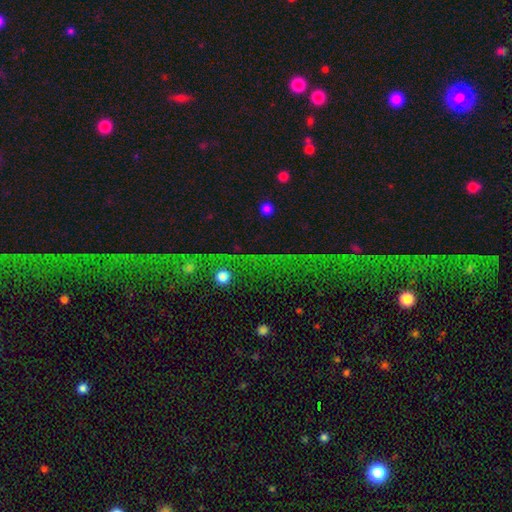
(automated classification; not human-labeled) This appears to be a star or artifact, not a galaxy (77%).